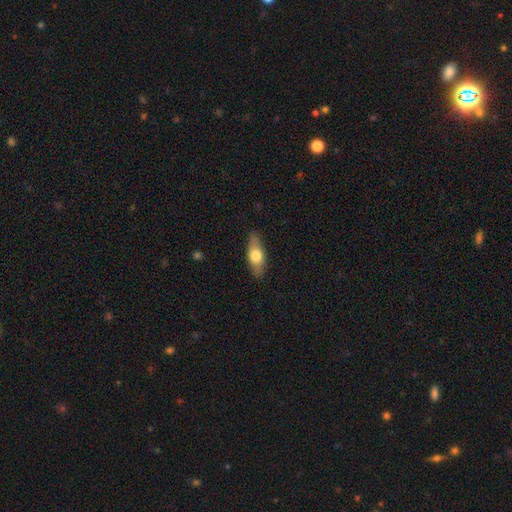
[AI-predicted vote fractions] A smooth galaxy with no disk features (63%) that is in between round and cigar-shaped (74%). Merging: none (85%).